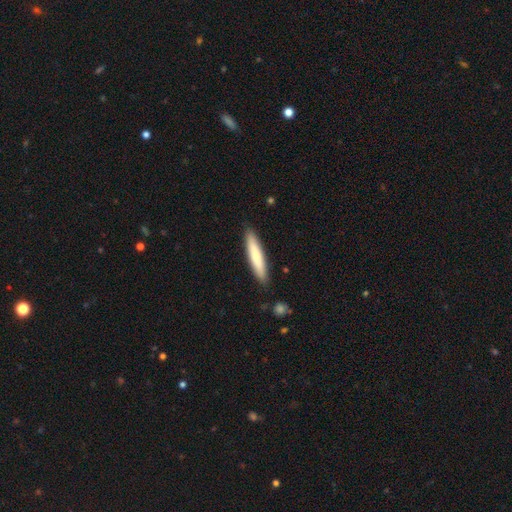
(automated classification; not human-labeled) The model was most divided on "smooth or featured": smooth: 68%, featured or disk: 25%, star or artifact: 7%. More confident: how rounded — cigar-shaped (90%); merging — none (89%).